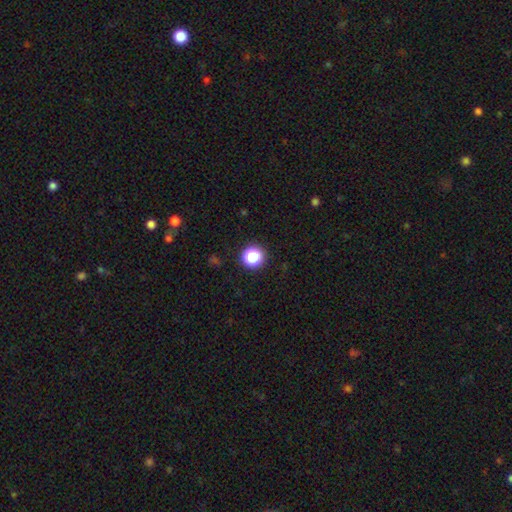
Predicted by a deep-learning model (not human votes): Smooth or featured? Predicted: smooth (p=0.77). How rounded? Predicted: round (p=0.91). Merging? Predicted: none (p=0.87).